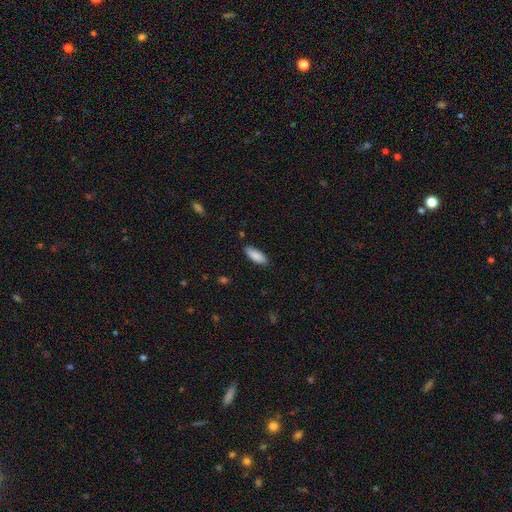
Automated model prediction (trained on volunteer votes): smooth_or_featured: smooth (p=0.88) [alt: star or artifact p=0.06]
how_rounded: in between (p=0.69) [alt: cigar-shaped p=0.30]
merging: none (p=0.86) [alt: minor disturbance p=0.11]